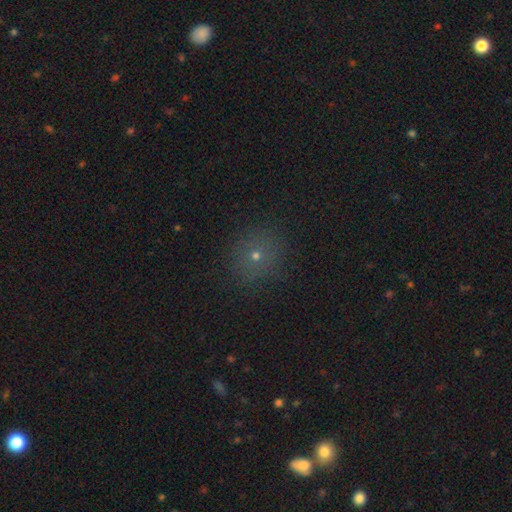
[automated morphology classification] The model was most divided on "smooth or featured": smooth: 63%, star or artifact: 25%, featured or disk: 12%. More confident: how rounded — round (87%); merging — none (87%).